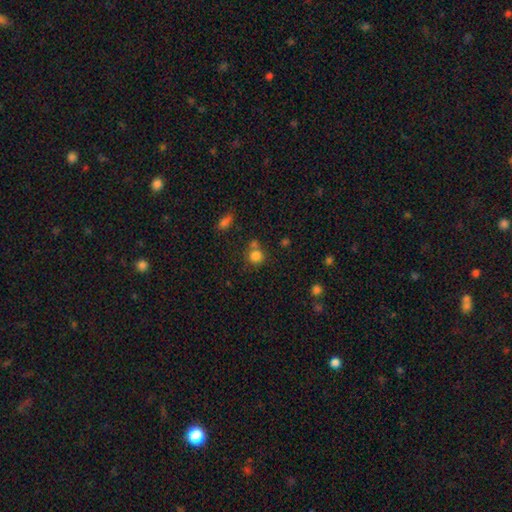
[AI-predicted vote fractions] Smooth or featured? Predicted: smooth (p=0.82). How rounded? Predicted: round (p=0.88). Merging? Predicted: none (p=0.58).